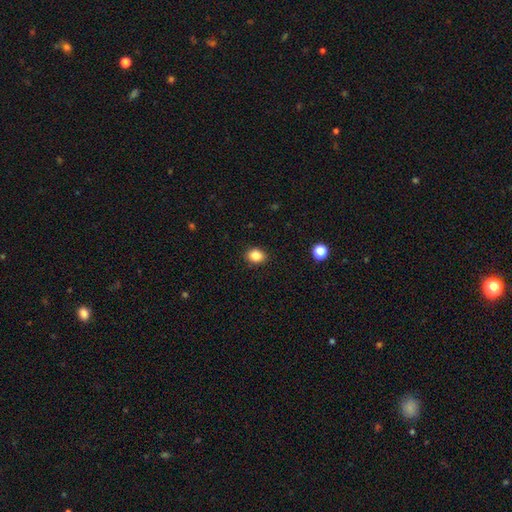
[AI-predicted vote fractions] A smooth galaxy with no disk features (86%) that is in between round and cigar-shaped (52%).

Vote fractions:
- Smooth or featured? smooth: 86% / star or artifact: 10% / featured or disk: 4%
- How rounded? in between: 52% / round: 47% / cigar-shaped: 1%
- Merging? none: 88% / minor disturbance: 9% / major disturbance: 2% / merger: 1%